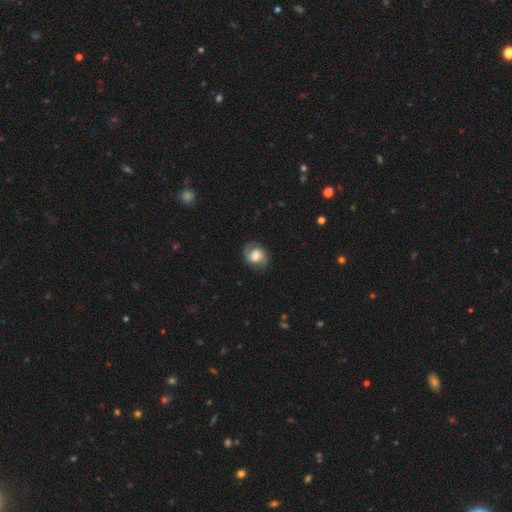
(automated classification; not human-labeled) The model was most divided on "bar": no: 49%, weak: 42%, strong: 10%. Remaining: edge-on disk — no (97%); spiral arms — yes (91%); spiral arm count — 2 (76%); merging — none (73%); smooth or featured — featured or disk (66%); spiral winding — medium (46%); bulge size — moderate (45%).